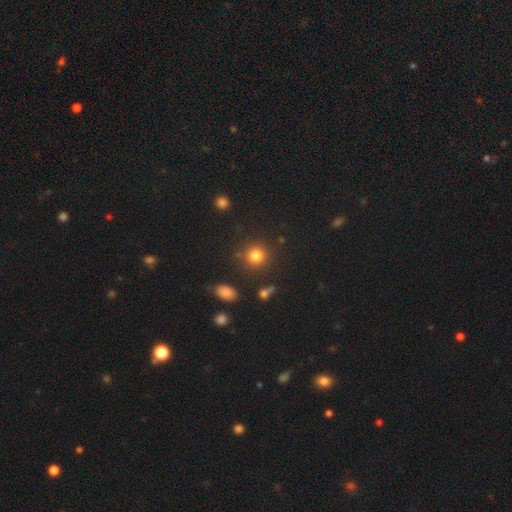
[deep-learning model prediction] smooth-or-featured: smooth: 80% | star or artifact: 13% | featured or disk: 6%
  how-rounded: round: 90% | in between: 9% | cigar-shaped: 1%
  merging: none: 85% | minor disturbance: 8% | merger: 4% | major disturbance: 3%